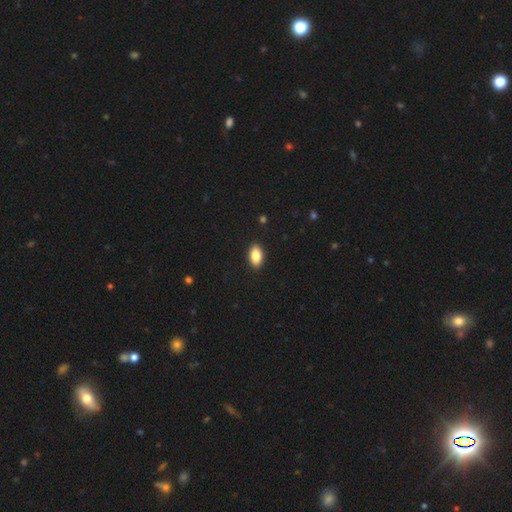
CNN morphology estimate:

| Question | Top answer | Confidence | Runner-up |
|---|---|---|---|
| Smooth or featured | smooth | 86% | star or artifact (7%) |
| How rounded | in between | 92% | round (5%) |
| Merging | none | 90% | minor disturbance (7%) |